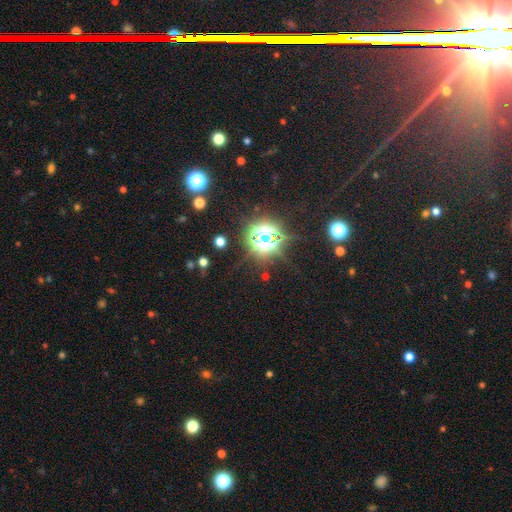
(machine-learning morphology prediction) star or artifact 76%, smooth 15%, featured or disk 8%.